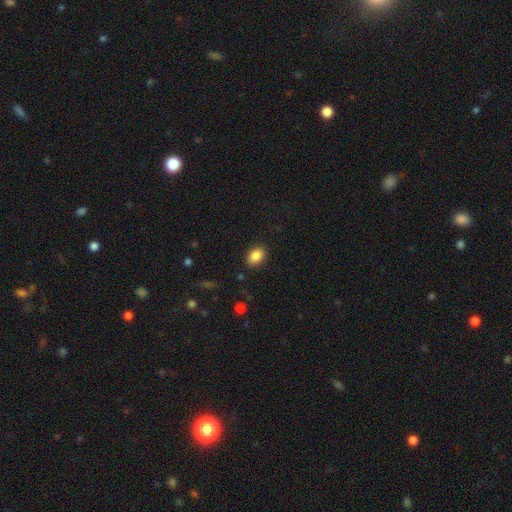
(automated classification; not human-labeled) Smooth or featured?
  - smooth: 87% *
  - star or artifact: 8%
  - featured or disk: 5%
How rounded?
  - in between: 81% *
  - round: 17%
  - cigar-shaped: 1%
Merging?
  - none: 87% *
  - minor disturbance: 9%
  - major disturbance: 2%
  - merger: 1%